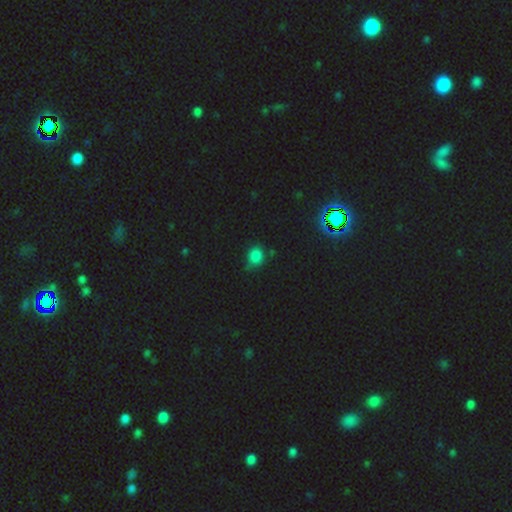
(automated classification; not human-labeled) Q: Smooth or featured?
A: smooth (76%); runner-up: star or artifact (18%)
Q: How rounded?
A: round (69%); runner-up: in between (30%)
Q: Merging?
A: none (68%); runner-up: minor disturbance (23%)